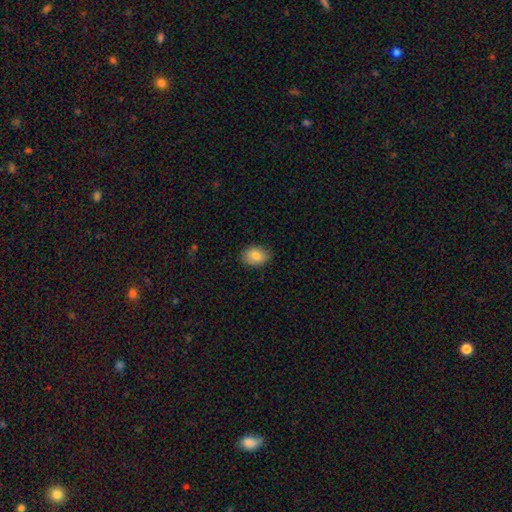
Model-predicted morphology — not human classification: Smooth or featured: smooth — 81% (featured or disk — 12%)
How rounded: in between — 80% (round — 19%)
Merging: none — 81% (minor disturbance — 15%)